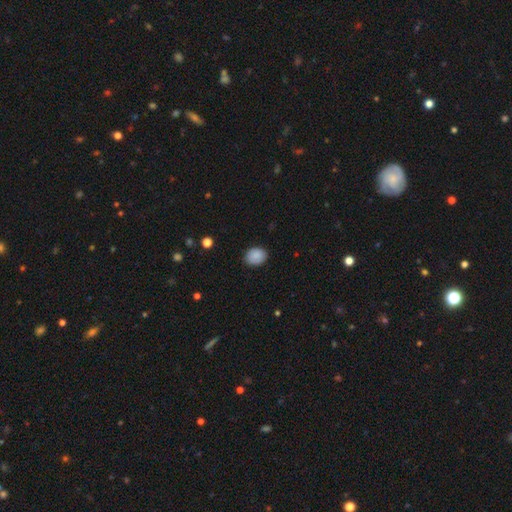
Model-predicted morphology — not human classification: Smooth or featured? smooth (87%)
How rounded? in between (52%)
Merging? none (83%)